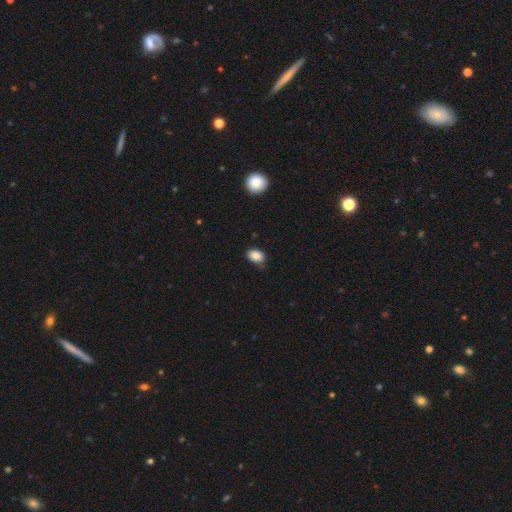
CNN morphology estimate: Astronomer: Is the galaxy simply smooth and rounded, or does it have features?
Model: smooth — 87%.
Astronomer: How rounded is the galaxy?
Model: in between — 82%.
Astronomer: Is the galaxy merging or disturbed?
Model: none — 73%.